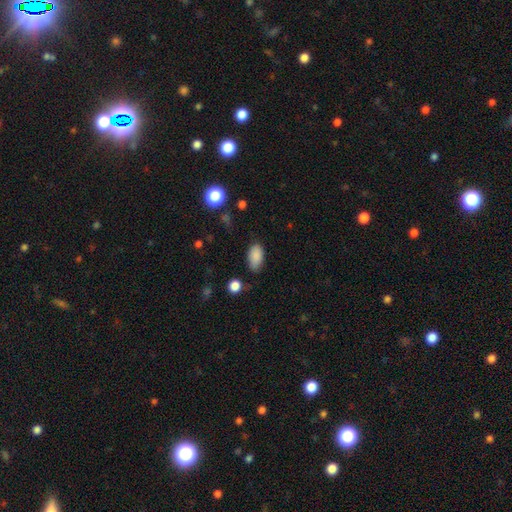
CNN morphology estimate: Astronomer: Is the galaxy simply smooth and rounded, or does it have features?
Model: smooth — 88%.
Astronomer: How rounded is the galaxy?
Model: in between — 93%.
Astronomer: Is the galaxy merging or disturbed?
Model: none — 76%.